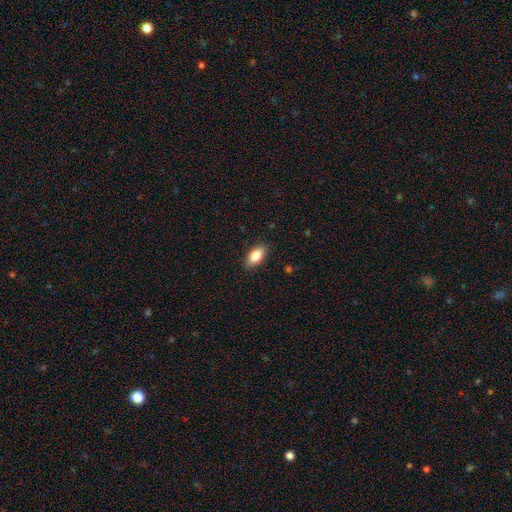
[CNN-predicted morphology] The model was most divided on "smooth or featured": smooth: 83%, featured or disk: 10%, star or artifact: 7%. More confident: how rounded — in between (90%); merging — none (88%).